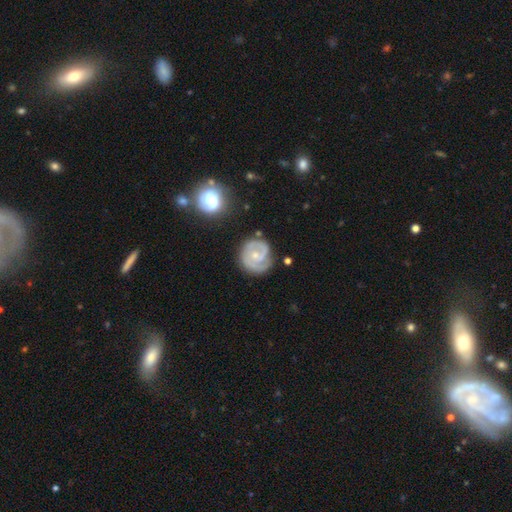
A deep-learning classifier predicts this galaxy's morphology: A featured or disk galaxy (83%) with no bar (63%), 2 (60%) tight (62%) spiral arms (96%) and a small central bulge (61%).

Vote fractions:
- Smooth or featured? featured or disk: 83% / smooth: 12% / star or artifact: 5%
- Edge-on disk? no: 98% / yes: 2%
- Bar? no: 63% / weak: 31% / strong: 6%
- Spiral arms? yes: 96% / no: 4%
- Spiral winding? tight: 62% / medium: 31% / loose: 7%
- Spiral arm count? 2: 60% / 1: 17% / can't tell: 10% / 3: 9% / 4: 2% / more than 4: 2%
- Bulge size? small: 61% / moderate: 32% / none: 5% / large: 2% / dominant: 1%
- Merging? none: 74% / minor disturbance: 17% / major disturbance: 6% / merger: 3%